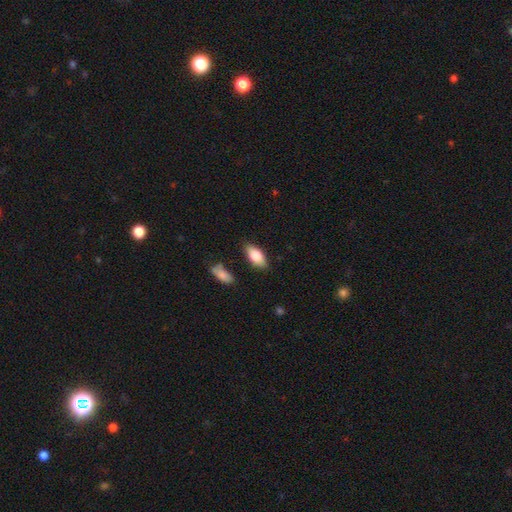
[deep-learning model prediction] A smooth galaxy with no disk features (82%) that is in between round and cigar-shaped (90%).

Vote fractions:
- Smooth or featured? smooth: 82% / featured or disk: 11% / star or artifact: 6%
- How rounded? in between: 90% / cigar-shaped: 7% / round: 3%
- Merging? none: 83% / minor disturbance: 12% / merger: 3% / major disturbance: 2%